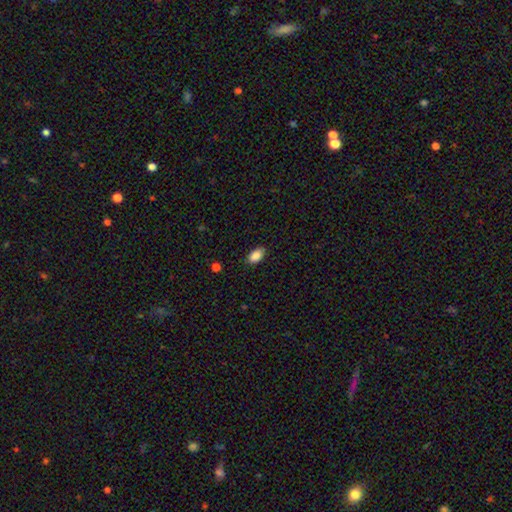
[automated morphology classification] Smooth or featured? smooth (88%)
How rounded? in between (92%)
Merging? none (85%)